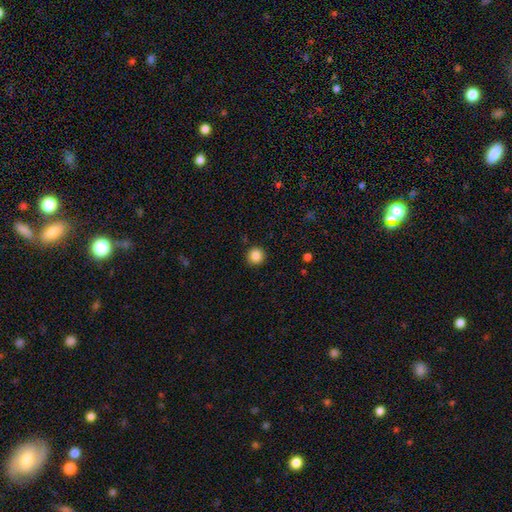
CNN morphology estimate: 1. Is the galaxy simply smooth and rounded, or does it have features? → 86% smooth, 10% star or artifact, 4% featured or disk.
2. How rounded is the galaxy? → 93% round, 6% in between, 1% cigar-shaped.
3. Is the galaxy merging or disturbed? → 91% none, 6% minor disturbance, 2% major disturbance, 1% merger.